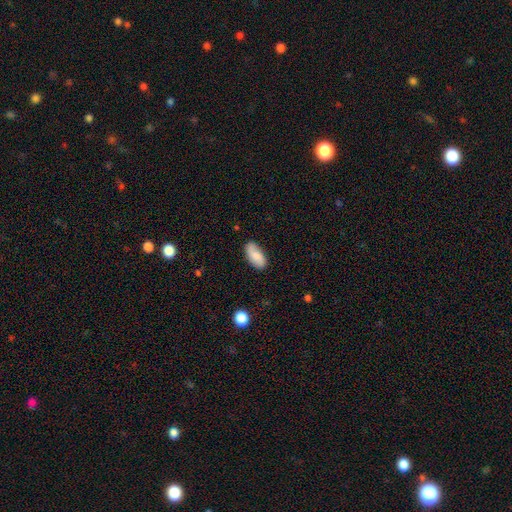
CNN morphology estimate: A smooth galaxy with no disk features (74%) that is in between round and cigar-shaped (92%). Merging: none (76%).